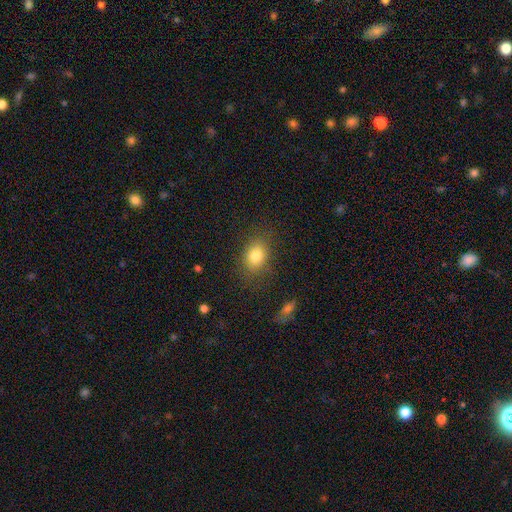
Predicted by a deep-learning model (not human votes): The model was most divided on "how rounded": in between: 68%, round: 31%, cigar-shaped: 1%. More confident: merging — none (81%); smooth or featured — smooth (81%).